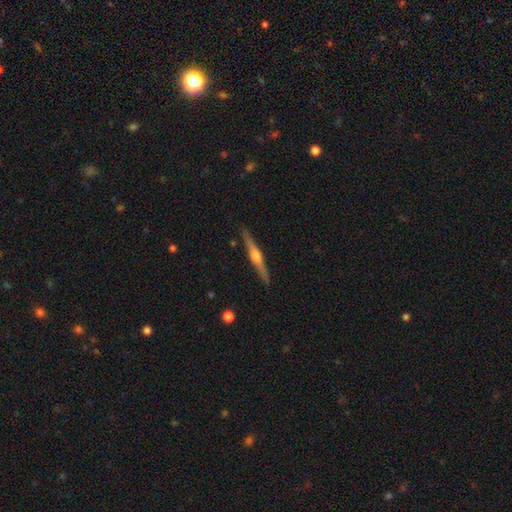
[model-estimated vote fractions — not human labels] Smooth or featured? featured or disk (76%)
Edge-on disk? yes (98%)
Edge-on bulge? rounded (92%)
Merging? none (91%)